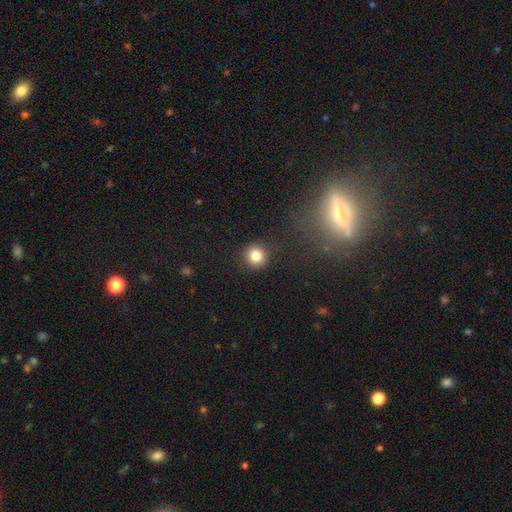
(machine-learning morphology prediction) smooth 82%, star or artifact 12%, featured or disk 6%. Down the decision tree: how rounded — round (93%); merging — none (90%).